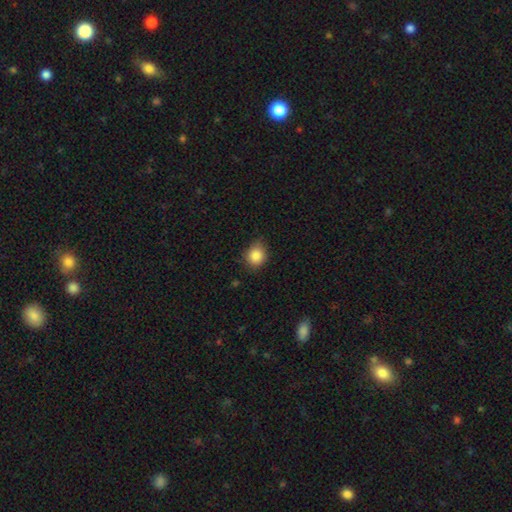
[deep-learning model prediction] smooth-or-featured: smooth: 86% | star or artifact: 9% | featured or disk: 4%
  how-rounded: round: 74% | in between: 25% | cigar-shaped: 1%
  merging: none: 73% | minor disturbance: 22% | major disturbance: 4% | merger: 1%